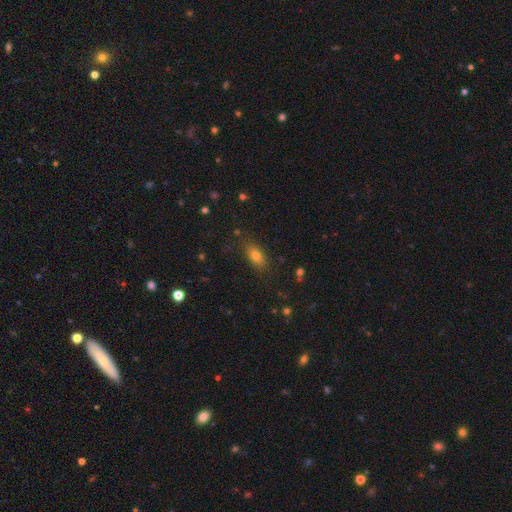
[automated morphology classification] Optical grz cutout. It shows a smooth galaxy with no disk features (76%) that is in between round and cigar-shaped (81%). Merging: none (79%).